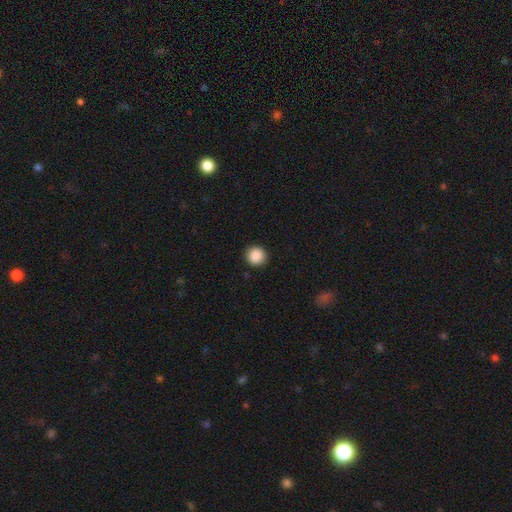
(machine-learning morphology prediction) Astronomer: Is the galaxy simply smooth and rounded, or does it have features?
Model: smooth — 88%.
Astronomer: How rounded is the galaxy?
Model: round — 93%.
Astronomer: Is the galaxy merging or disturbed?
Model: none — 92%.